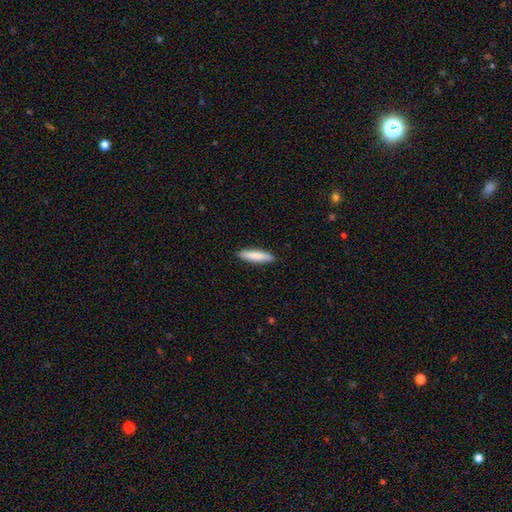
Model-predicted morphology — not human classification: smooth_or_featured: smooth (p=0.85) [alt: featured or disk p=0.09]
how_rounded: cigar-shaped (p=0.80) [alt: in between p=0.19]
merging: none (p=0.91) [alt: minor disturbance p=0.07]